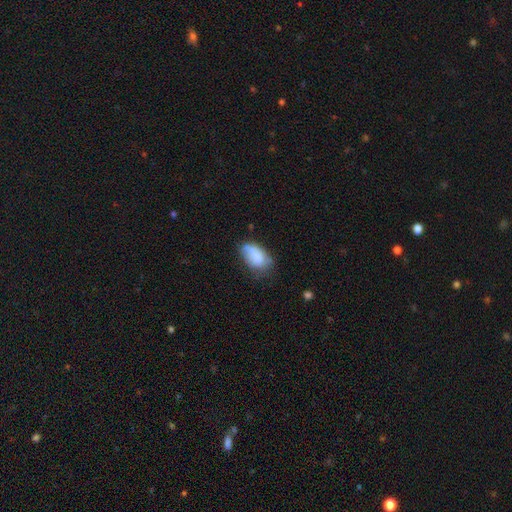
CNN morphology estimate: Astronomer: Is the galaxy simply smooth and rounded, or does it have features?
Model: smooth — 77%.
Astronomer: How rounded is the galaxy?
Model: in between — 92%.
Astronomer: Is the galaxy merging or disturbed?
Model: none — 47% (runner-up: minor disturbance, 35%).